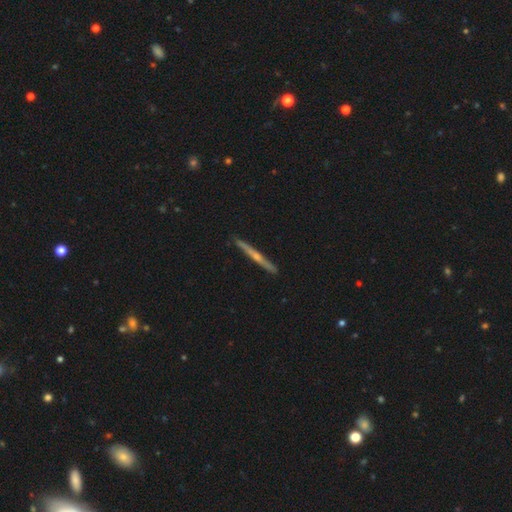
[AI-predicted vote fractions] Smooth or featured? featured or disk (72%)
Edge-on disk? yes (98%)
Edge-on bulge? rounded (69%)
Merging? none (91%)